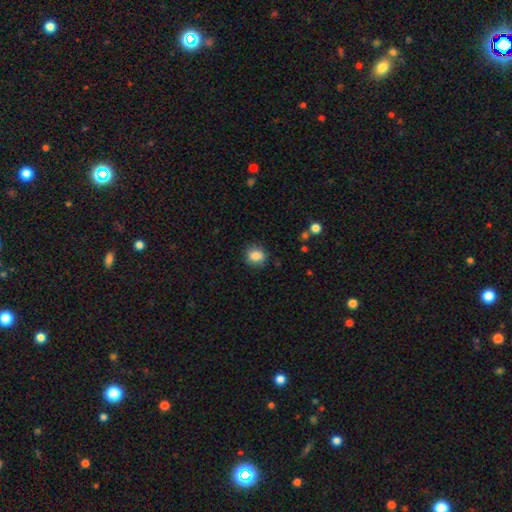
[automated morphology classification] Smooth or featured?
  - smooth: 83% *
  - star or artifact: 9%
  - featured or disk: 8%
How rounded?
  - round: 64% *
  - in between: 35%
  - cigar-shaped: 1%
Merging?
  - none: 83% *
  - minor disturbance: 13%
  - major disturbance: 3%
  - merger: 1%